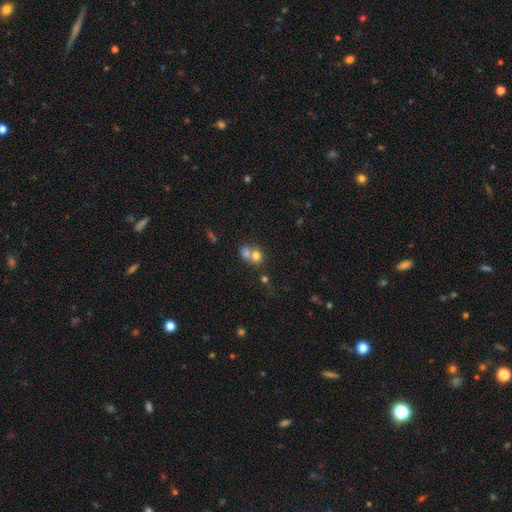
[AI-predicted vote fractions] smooth 70%, featured or disk 18%, star or artifact 11%. Down the decision tree: how rounded — round (70%); merging — merger (67%).